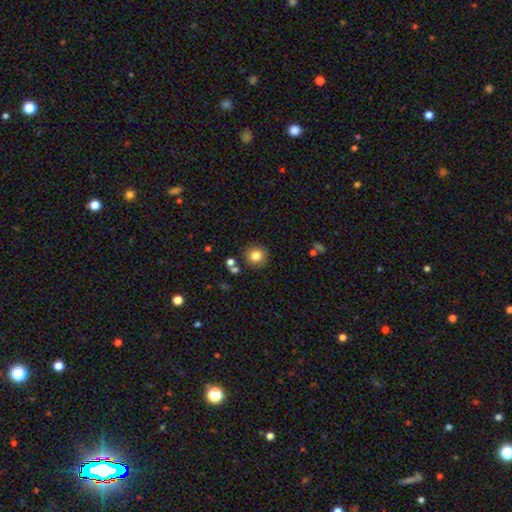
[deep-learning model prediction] smooth_or_featured: smooth (p=0.81) [alt: star or artifact p=0.11]
how_rounded: round (p=0.91) [alt: in between p=0.08]
merging: none (p=0.85) [alt: minor disturbance p=0.08]